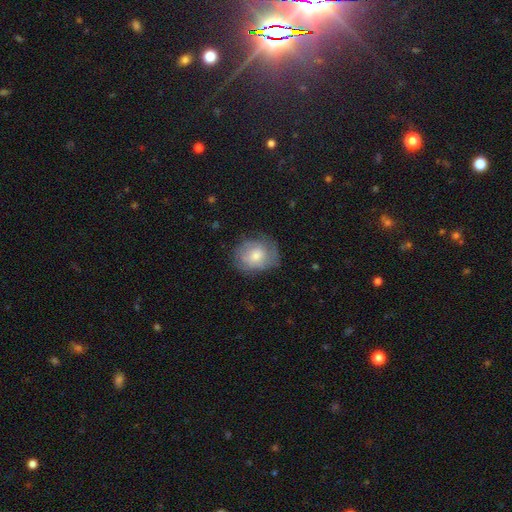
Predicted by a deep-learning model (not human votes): Overall: smooth (60%; featured or disk 33%). How rounded: round (63%; in between 36%). Merging: none (63%; minor disturbance 24%).